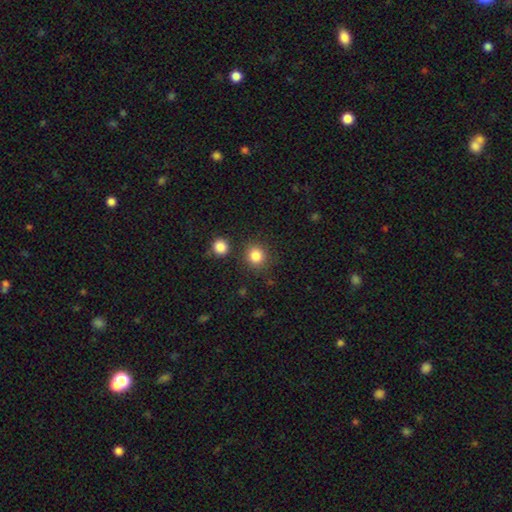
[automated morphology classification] Smooth or featured: smooth — 85% (star or artifact — 11%)
How rounded: round — 85% (in between — 14%)
Merging: none — 83% (minor disturbance — 9%)